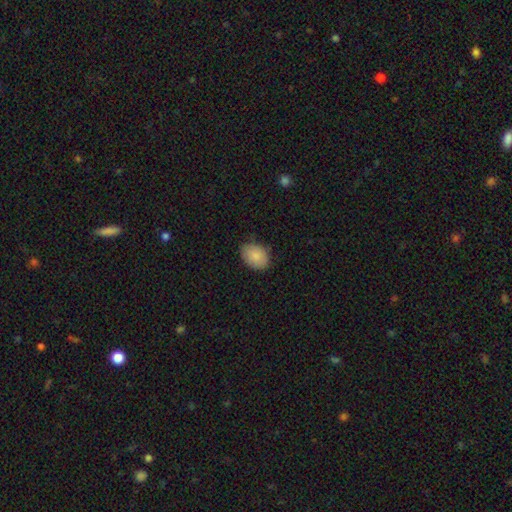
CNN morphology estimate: smooth-or-featured: smooth: 88% | star or artifact: 7% | featured or disk: 6%
  how-rounded: in between: 76% | round: 23% | cigar-shaped: 1%
  merging: none: 81% | minor disturbance: 16% | major disturbance: 3% | merger: 1%